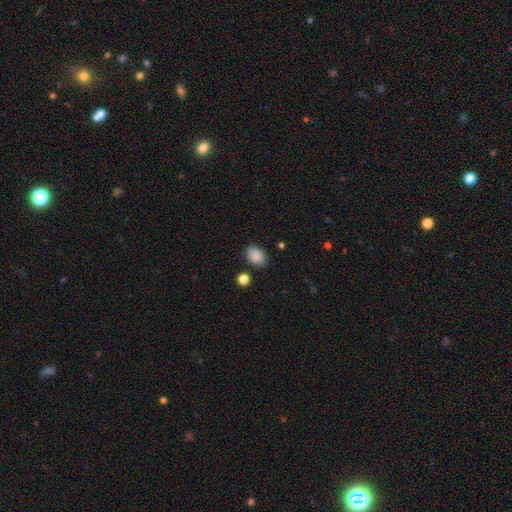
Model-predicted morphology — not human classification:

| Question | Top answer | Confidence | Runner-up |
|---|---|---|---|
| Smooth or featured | smooth | 89% | star or artifact (8%) |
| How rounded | in between | 80% | round (19%) |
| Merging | none | 84% | minor disturbance (11%) |